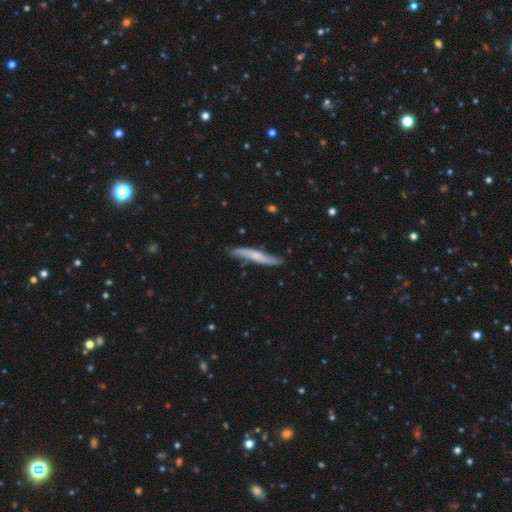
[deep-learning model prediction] A featured or disk galaxy (51%) viewed edge-on (75%).

Vote fractions:
- Smooth or featured? featured or disk: 51% / smooth: 44% / star or artifact: 6%
- Edge-on disk? yes: 75% / no: 25%
- Merging? none: 75% / minor disturbance: 19% / major disturbance: 3% / merger: 3%